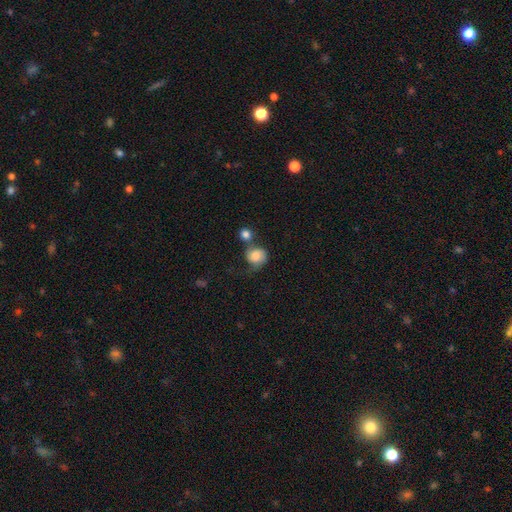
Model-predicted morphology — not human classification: Smooth or featured: smooth — 73% (featured or disk — 19%)
How rounded: round — 79% (in between — 20%)
Merging: none — 35% (merger — 32%)